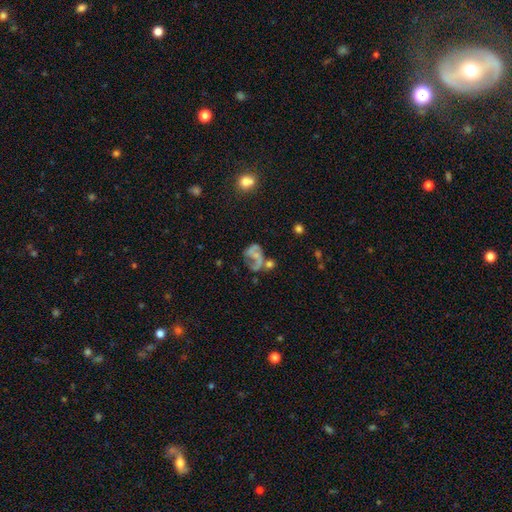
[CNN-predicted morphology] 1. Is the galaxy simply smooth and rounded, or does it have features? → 61% featured or disk, 26% smooth, 14% star or artifact.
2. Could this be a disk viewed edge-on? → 98% no, 2% yes.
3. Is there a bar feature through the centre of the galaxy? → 69% no, 23% weak, 7% strong.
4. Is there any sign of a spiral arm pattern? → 62% yes, 38% no.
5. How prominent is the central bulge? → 48% none, 33% small, 15% moderate, 3% large, 2% dominant.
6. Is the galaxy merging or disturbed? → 35% major disturbance, 27% none, 21% merger, 17% minor disturbance.